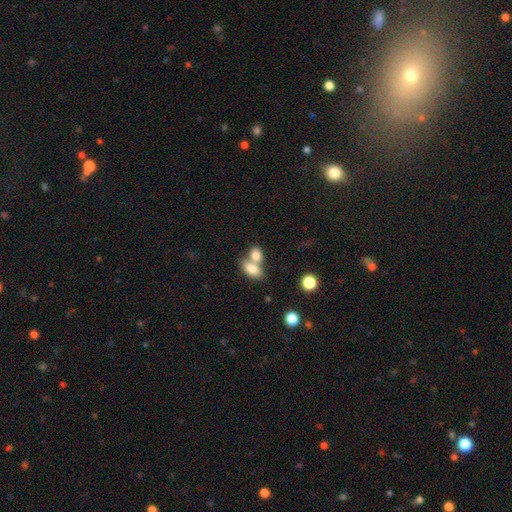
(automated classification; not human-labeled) This appears to be a smooth galaxy with no disk features (81%) that is in between round and cigar-shaped (81%). Merging: merger (62%).